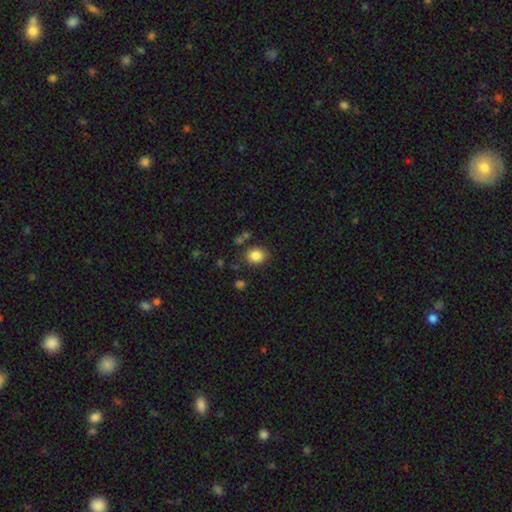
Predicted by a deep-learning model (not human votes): This is clearly a smooth galaxy (86%). How rounded: likely round (63%). Merging: clearly none (83%).